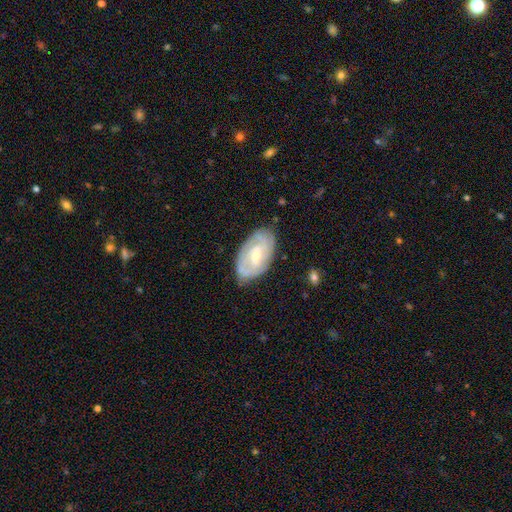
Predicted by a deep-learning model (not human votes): Overall: featured or disk (68%). Edge-on disk: no (95%). Bar: weak (51%; no 35%). Spiral arms: yes (82%). Spiral arm count: can't tell (41%; 2 39%). Spiral winding: tight (59%; medium 31%). Bulge size: small (55%; moderate 39%). Merging: none (75%).